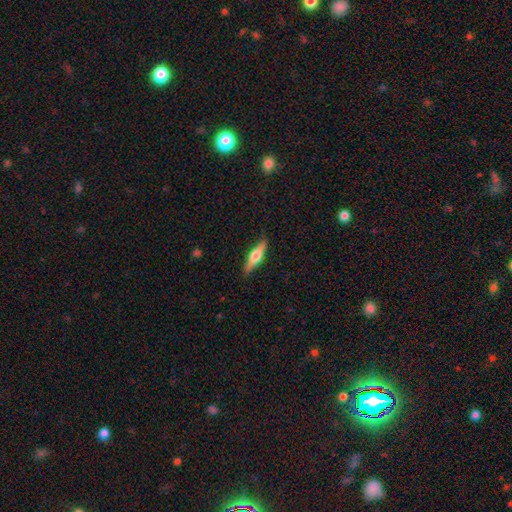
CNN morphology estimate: A featured or disk galaxy (58%) viewed edge-on (95%) with a rounded central bulge (92%).

Vote fractions:
- Smooth or featured? featured or disk: 58% / smooth: 36% / star or artifact: 6%
- Edge-on disk? yes: 95% / no: 5%
- Edge-on bulge? rounded: 92% / boxy: 6% / none: 2%
- Merging? none: 88% / minor disturbance: 9% / major disturbance: 2% / merger: 1%